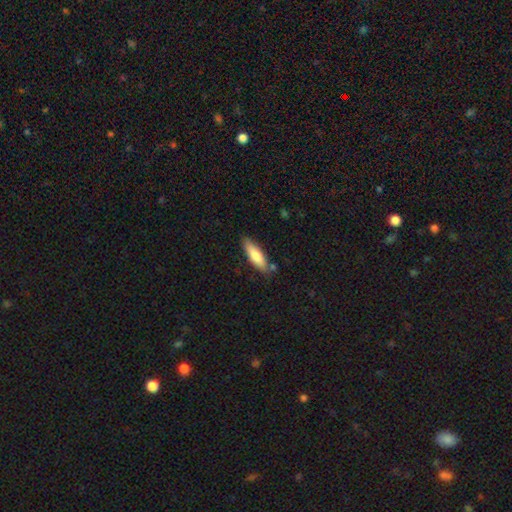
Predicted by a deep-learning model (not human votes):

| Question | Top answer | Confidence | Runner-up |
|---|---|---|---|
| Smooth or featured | smooth | 80% | featured or disk (14%) |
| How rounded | cigar-shaped | 54% | in between (44%) |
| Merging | none | 78% | minor disturbance (15%) |